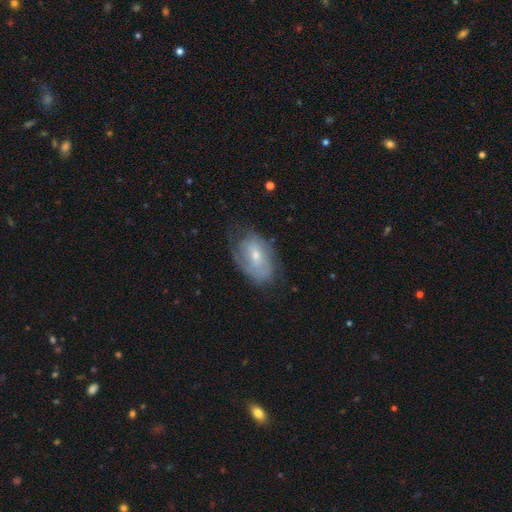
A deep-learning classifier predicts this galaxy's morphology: The model was most divided on "smooth or featured": featured or disk: 54%, smooth: 38%, star or artifact: 9%. More confident: edge-on disk — no (93%); merging — none (60%).